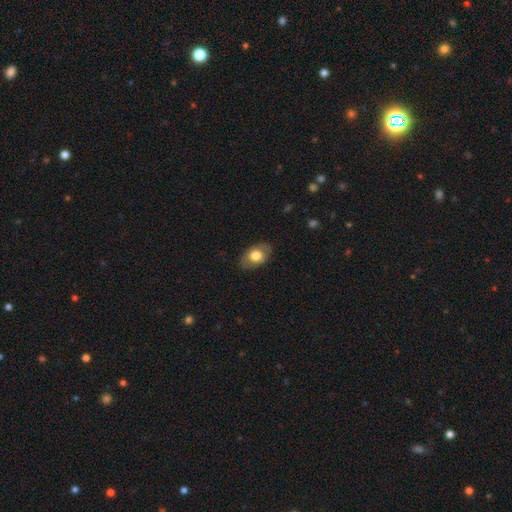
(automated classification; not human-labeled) Smooth or featured: smooth — 66% (featured or disk — 28%)
How rounded: in between — 88% (round — 11%)
Merging: none — 80% (minor disturbance — 15%)